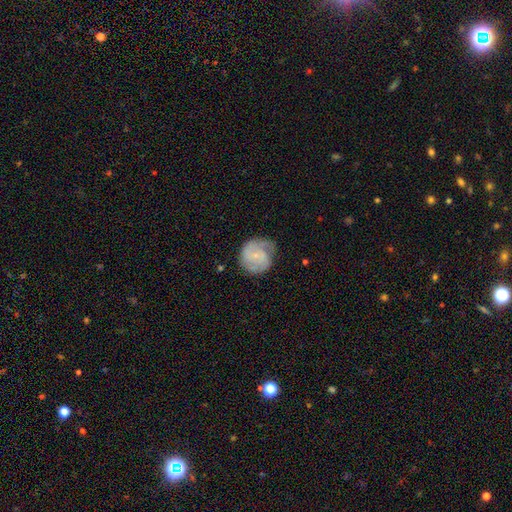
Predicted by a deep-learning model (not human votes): Smooth or featured? featured or disk (61%)
Edge-on disk? no (98%)
Bar? no (63%)
Spiral arms? yes (89%)
Spiral winding? tight (47%)
Spiral arm count? 2 (44%)
Bulge size? small (66%)
Merging? none (59%)